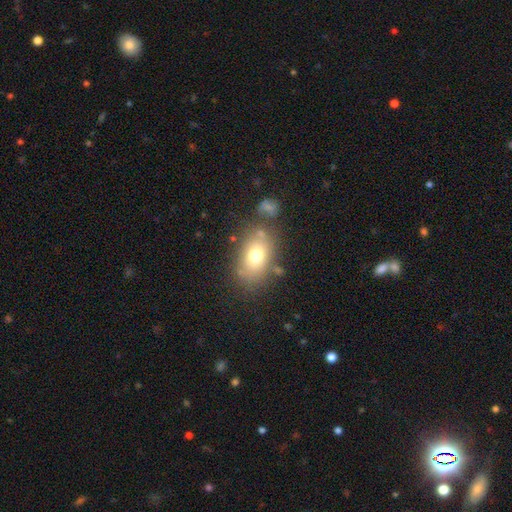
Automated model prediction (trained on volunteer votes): Morphology: type=smooth (72%); roundness=in between (81%); merging=none (69%).